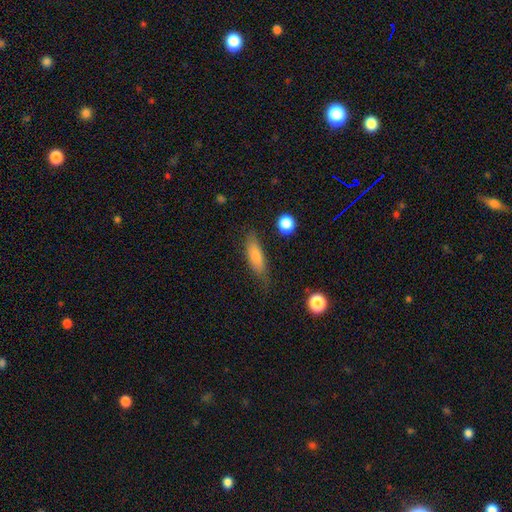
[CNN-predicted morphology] The model was most divided on "how rounded": cigar-shaped: 53%, in between: 44%, round: 3%. More confident: smooth or featured — smooth (74%); merging — none (74%).